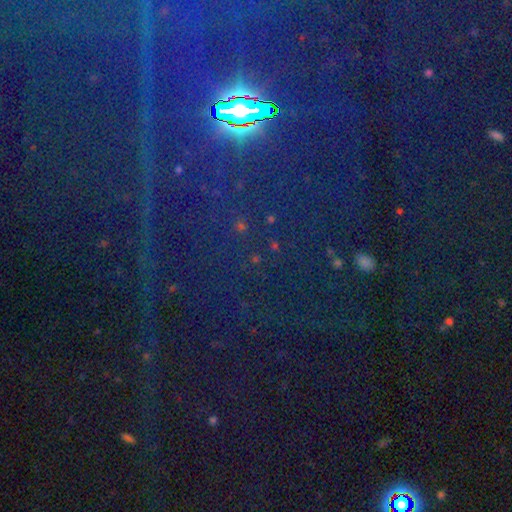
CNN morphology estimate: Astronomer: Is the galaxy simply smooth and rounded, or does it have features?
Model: star or artifact — 87%.